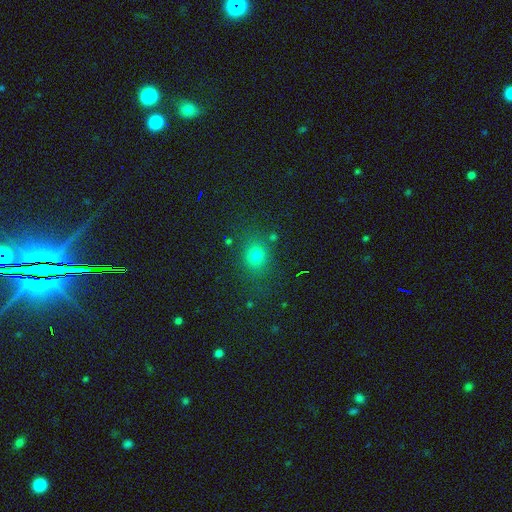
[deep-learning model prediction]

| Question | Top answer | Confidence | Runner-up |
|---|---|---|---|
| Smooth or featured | smooth | 74% | star or artifact (18%) |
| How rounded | round | 67% | in between (32%) |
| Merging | none | 78% | minor disturbance (12%) |